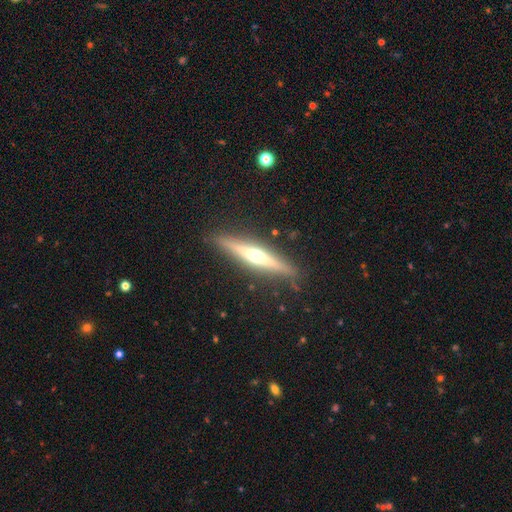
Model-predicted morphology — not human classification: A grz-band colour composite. It shows a featured or disk galaxy (70%) viewed edge-on (96%) with a rounded central bulge (92%). Merging: none (88%).